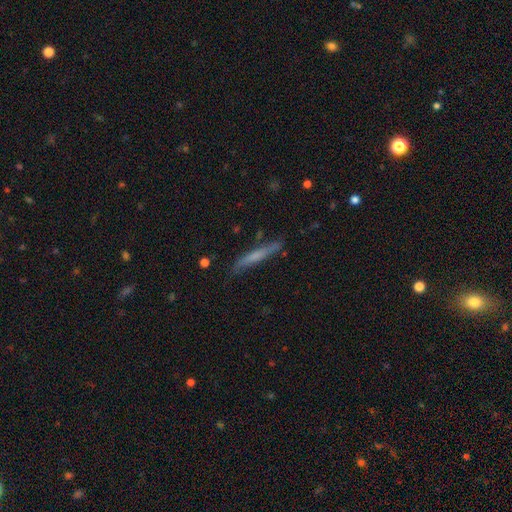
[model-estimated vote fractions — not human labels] Smooth or featured? smooth (52%)
How rounded? cigar-shaped (95%)
Merging? none (81%)